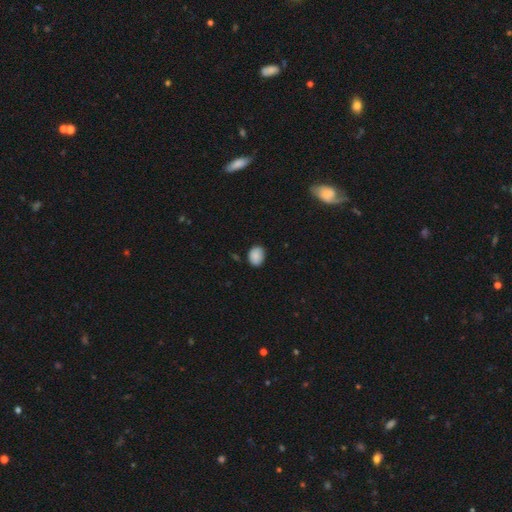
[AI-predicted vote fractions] A smooth galaxy with no disk features (87%) that is in between round and cigar-shaped (55%). Merging: none (79%).